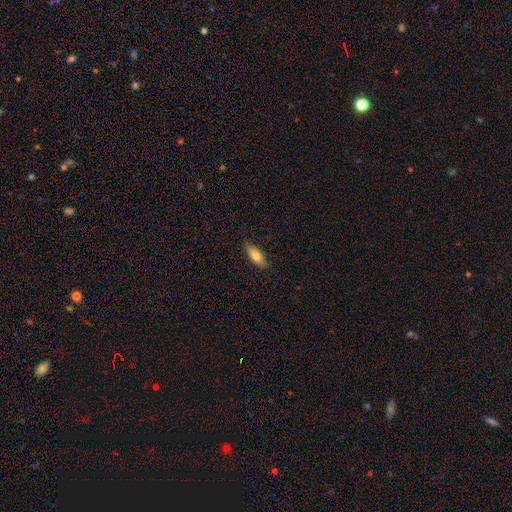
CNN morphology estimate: smooth 75%, featured or disk 19%, star or artifact 6%. Down the decision tree: how rounded — in between (60%); merging — none (87%).